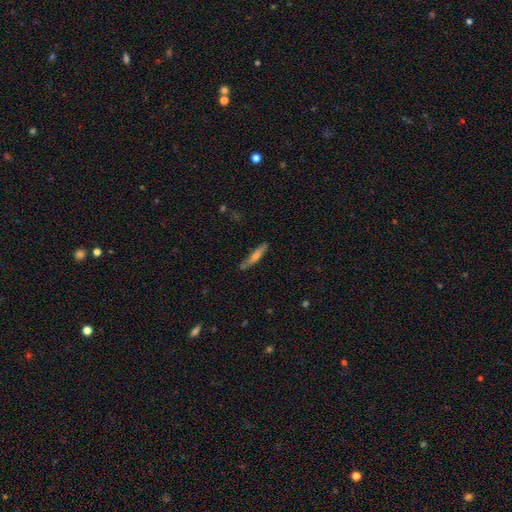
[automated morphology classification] This is possibly a featured or disk galaxy (48%). Merging: likely none (79%).